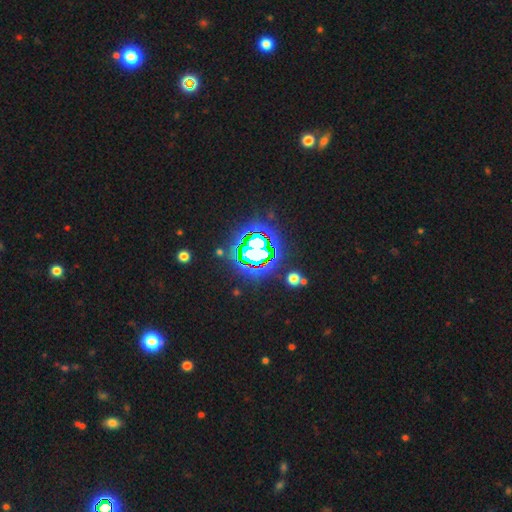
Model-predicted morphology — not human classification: The model was most divided on "smooth or featured": star or artifact: 74%, smooth: 13%, featured or disk: 13%.